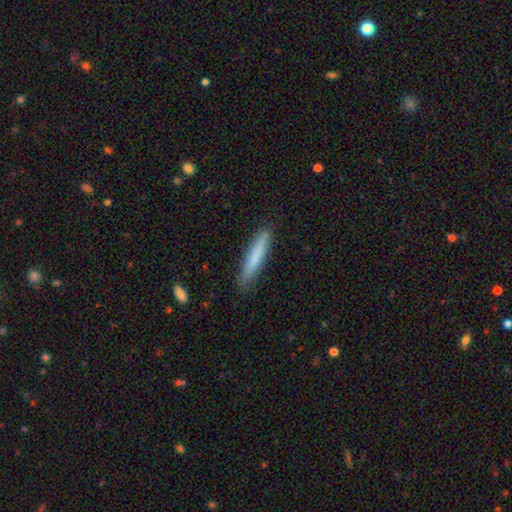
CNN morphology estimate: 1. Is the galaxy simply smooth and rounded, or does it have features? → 76% smooth, 18% featured or disk, 6% star or artifact.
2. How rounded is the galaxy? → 93% cigar-shaped, 6% in between, 1% round.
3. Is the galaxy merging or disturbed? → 87% none, 10% minor disturbance, 2% major disturbance, 1% merger.